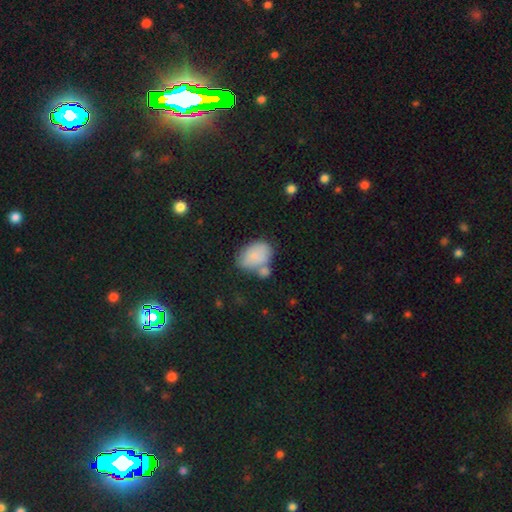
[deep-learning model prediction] A smooth galaxy with no disk features (80%) that is in between round and cigar-shaped (85%).

Vote fractions:
- Smooth or featured? smooth: 80% / featured or disk: 12% / star or artifact: 8%
- How rounded? in between: 85% / round: 13% / cigar-shaped: 1%
- Merging? none: 44% / merger: 27% / minor disturbance: 21% / major disturbance: 9%